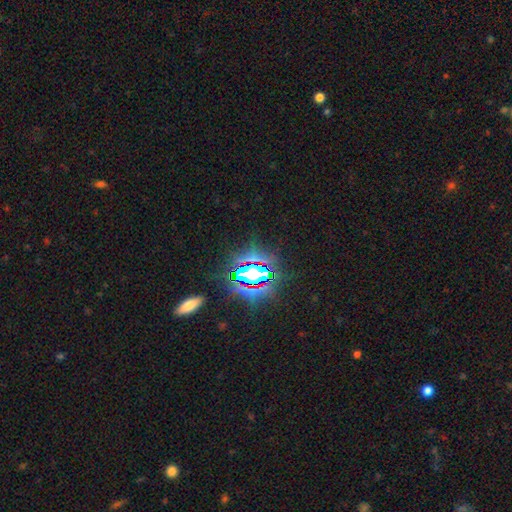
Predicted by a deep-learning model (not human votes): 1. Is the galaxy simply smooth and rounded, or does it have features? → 82% star or artifact, 11% smooth, 7% featured or disk.